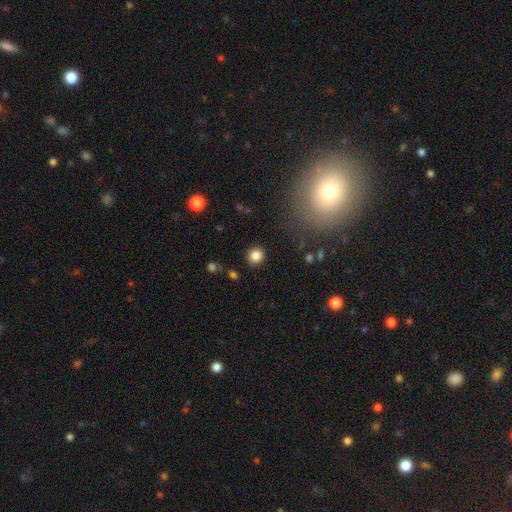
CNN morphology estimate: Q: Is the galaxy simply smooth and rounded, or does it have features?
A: smooth — 85%.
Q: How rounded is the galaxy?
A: round — 90%.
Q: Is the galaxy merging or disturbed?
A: none — 90%.